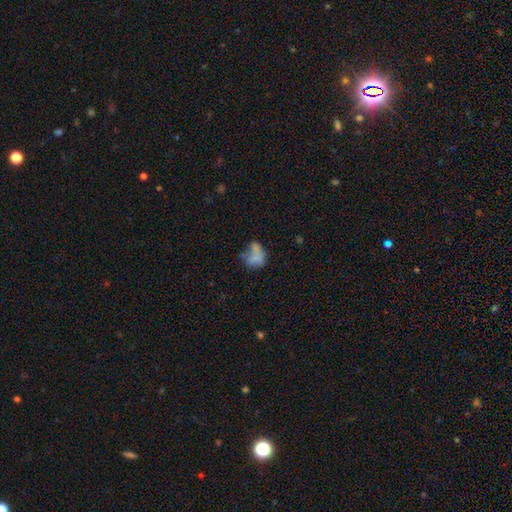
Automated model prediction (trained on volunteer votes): smooth 60%, featured or disk 27%, star or artifact 14%. Down the decision tree: how rounded — in between (61%); merging — none (34%).